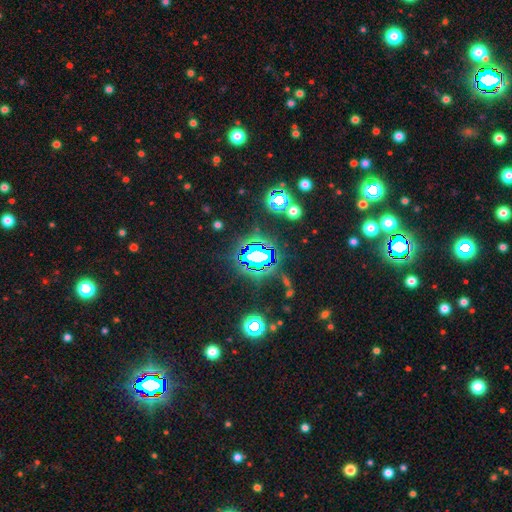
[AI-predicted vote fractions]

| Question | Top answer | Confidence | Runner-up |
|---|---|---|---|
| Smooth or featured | star or artifact | 73% | smooth (15%) |